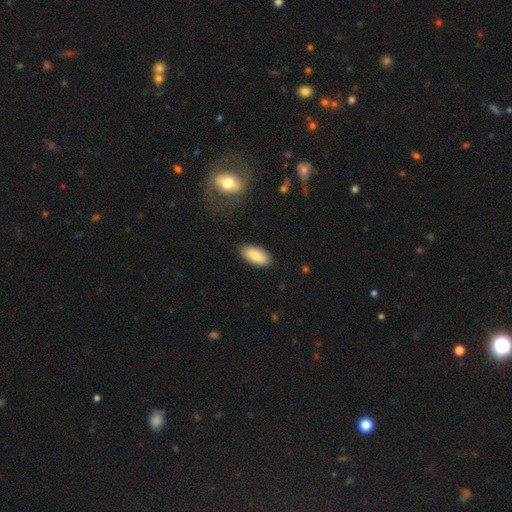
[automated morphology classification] smooth_or_featured: smooth (p=0.84) [alt: featured or disk p=0.10]
how_rounded: in between (p=0.92) [alt: cigar-shaped p=0.06]
merging: none (p=0.85) [alt: minor disturbance p=0.11]